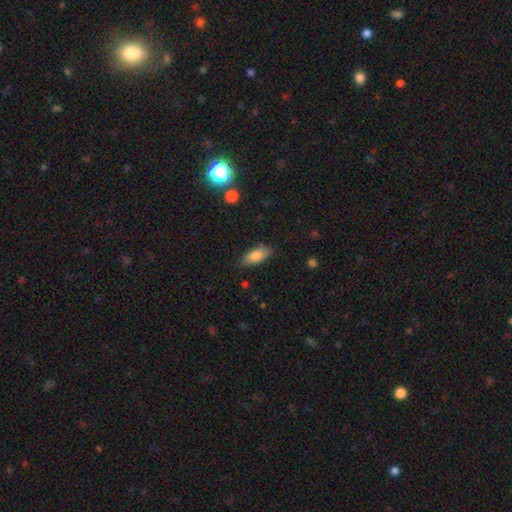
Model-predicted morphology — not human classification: Smooth or featured? smooth (79%)
How rounded? in between (79%)
Merging? none (77%)